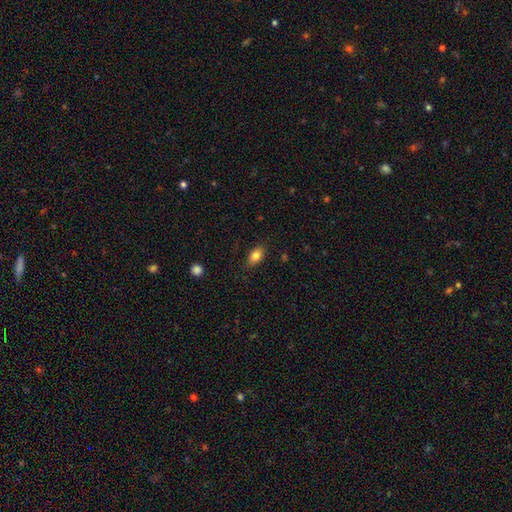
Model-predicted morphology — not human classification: A smooth galaxy with no disk features (82%) that is in between round and cigar-shaped (87%). Merging: none (85%).